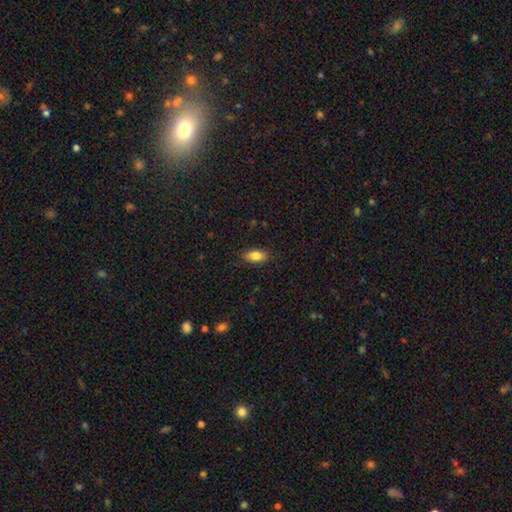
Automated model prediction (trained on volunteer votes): Smooth or featured? Predicted: smooth (p=0.84). How rounded? Predicted: in between (p=0.88). Merging? Predicted: none (p=0.87).